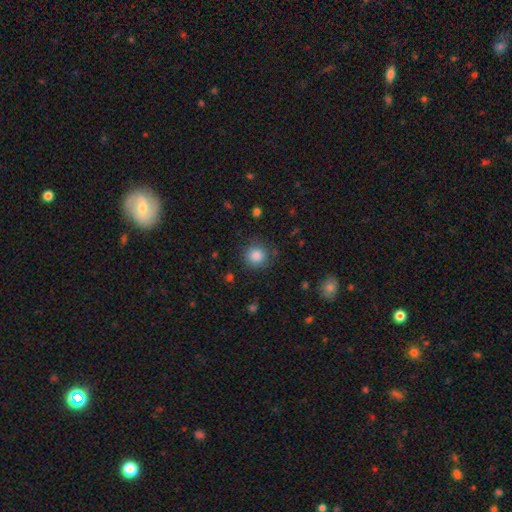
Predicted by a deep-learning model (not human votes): smooth_or_featured: smooth (p=0.85) [alt: star or artifact p=0.11]
how_rounded: round (p=0.92) [alt: in between p=0.07]
merging: none (p=0.85) [alt: minor disturbance p=0.10]